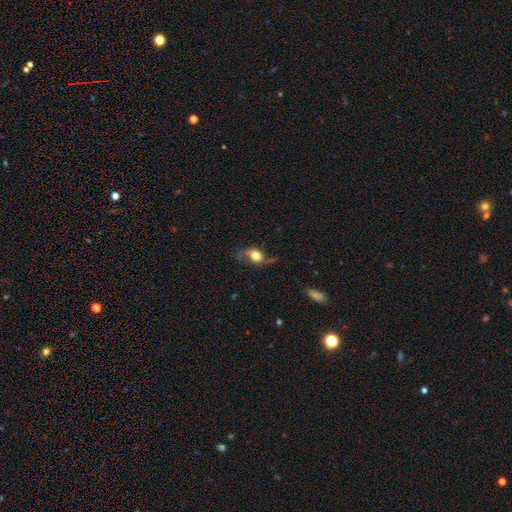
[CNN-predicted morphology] smooth_or_featured: smooth (p=0.49) [alt: featured or disk p=0.41]
merging: none (p=0.54) [alt: minor disturbance p=0.24]